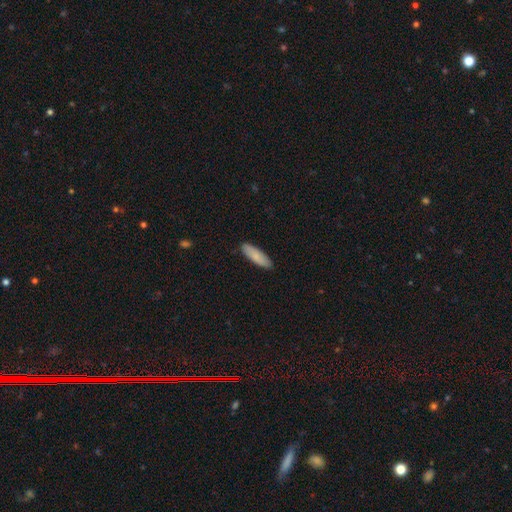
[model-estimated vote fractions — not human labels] This is clearly a smooth galaxy (82%). How rounded: possibly in between (52%). Merging: clearly none (88%).